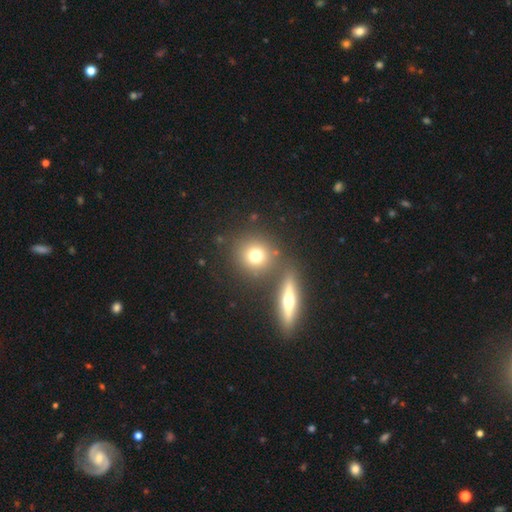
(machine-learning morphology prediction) Smooth or featured?
  - smooth: 72% *
  - featured or disk: 16%
  - star or artifact: 12%
How rounded?
  - round: 88% *
  - in between: 10%
  - cigar-shaped: 2%
Merging?
  - none: 70% *
  - merger: 18%
  - minor disturbance: 9%
  - major disturbance: 3%